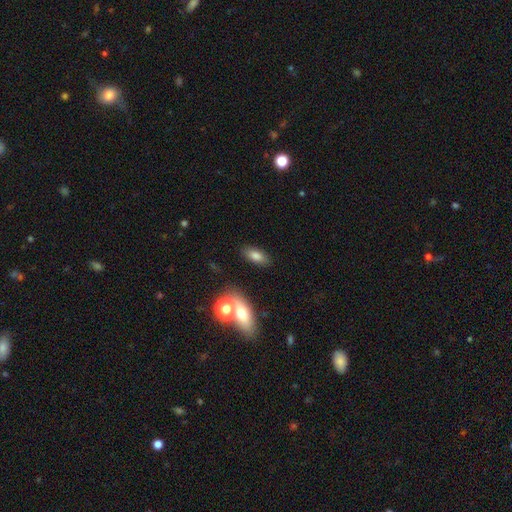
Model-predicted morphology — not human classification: The model was most divided on "smooth or featured": smooth: 79%, featured or disk: 11%, star or artifact: 10%. More confident: how rounded — in between (84%); merging — none (83%).